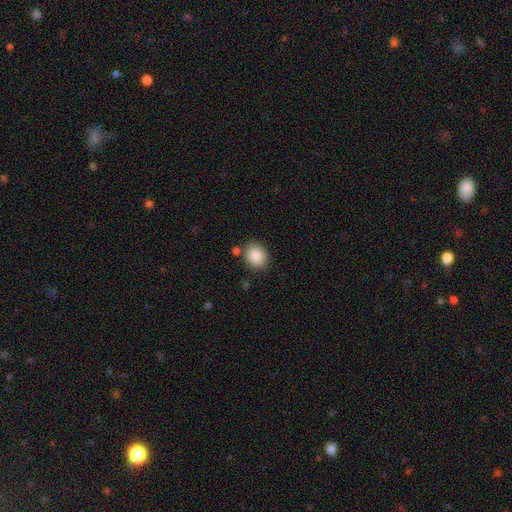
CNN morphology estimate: Smooth or featured?
  - smooth: 88% *
  - star or artifact: 8%
  - featured or disk: 4%
How rounded?
  - round: 66% *
  - in between: 33%
  - cigar-shaped: 1%
Merging?
  - none: 81% *
  - minor disturbance: 11%
  - merger: 5%
  - major disturbance: 3%